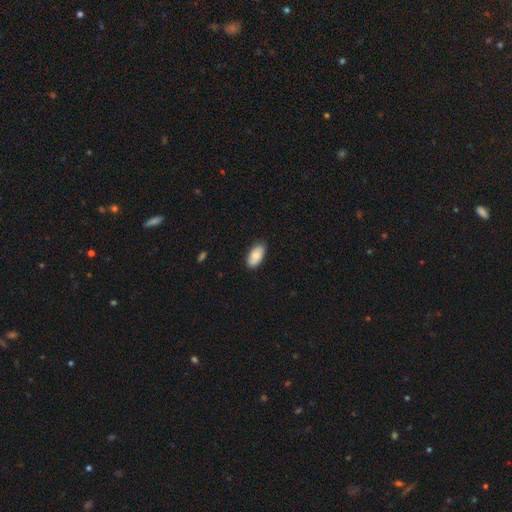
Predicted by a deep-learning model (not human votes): This appears to be a smooth galaxy with no disk features (81%) that is in between round and cigar-shaped (94%). Merging: none (84%).